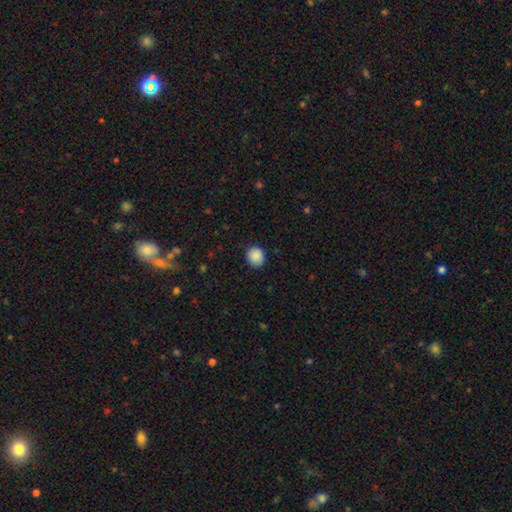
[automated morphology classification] smooth 89%, star or artifact 8%, featured or disk 3%. Down the decision tree: how rounded — round (79%); merging — none (89%).